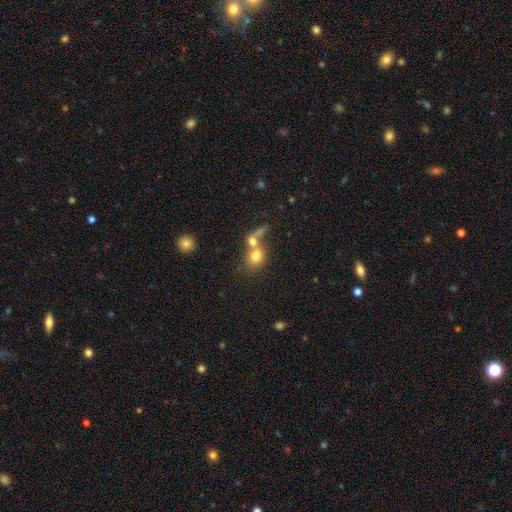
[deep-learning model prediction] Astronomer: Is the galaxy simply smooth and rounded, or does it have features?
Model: smooth — 73%.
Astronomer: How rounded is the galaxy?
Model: round — 58% (runner-up: in between, 39%).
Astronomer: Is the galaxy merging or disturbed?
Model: merger — 59%.